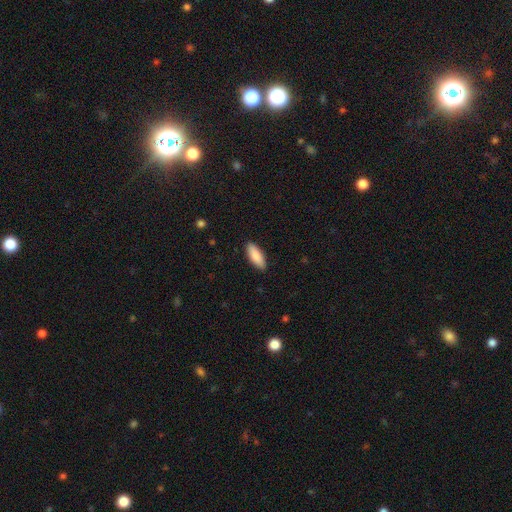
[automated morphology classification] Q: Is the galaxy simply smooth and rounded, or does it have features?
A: smooth — 87%.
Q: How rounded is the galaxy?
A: in between — 69%.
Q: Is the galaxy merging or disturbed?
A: none — 89%.